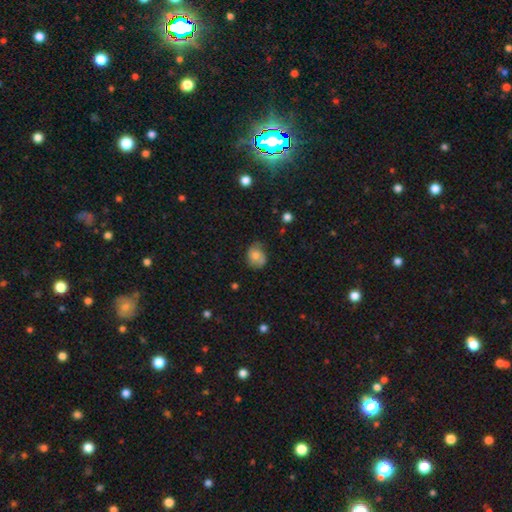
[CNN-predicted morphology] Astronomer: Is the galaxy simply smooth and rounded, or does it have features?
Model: smooth — 70%.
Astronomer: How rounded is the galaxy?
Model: round — 56% (runner-up: in between, 43%).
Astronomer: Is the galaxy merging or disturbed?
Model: none — 54% (runner-up: minor disturbance, 33%).